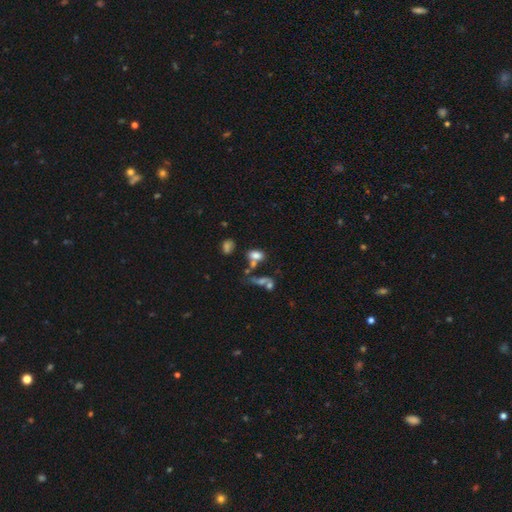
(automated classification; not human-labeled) Smooth or featured?
  - smooth: 75% *
  - star or artifact: 13%
  - featured or disk: 12%
How rounded?
  - in between: 87% *
  - round: 9%
  - cigar-shaped: 4%
Merging?
  - none: 46% *
  - merger: 29%
  - minor disturbance: 15%
  - major disturbance: 10%